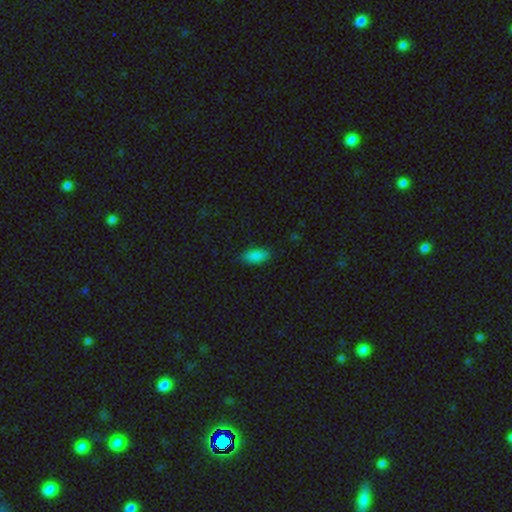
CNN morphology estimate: type=smooth (86%); roundness=in between (90%); merging=none (85%).